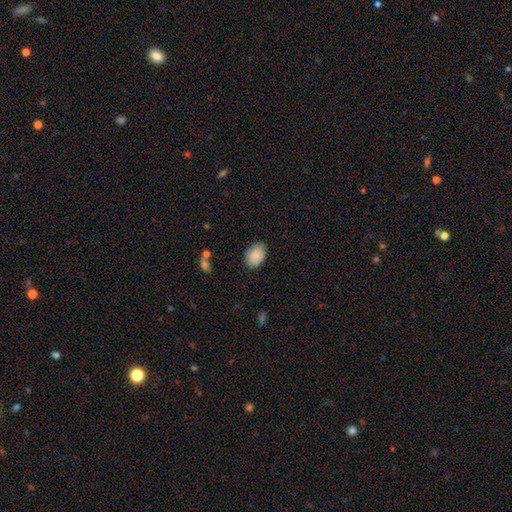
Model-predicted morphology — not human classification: Smooth or featured? smooth (87%)
How rounded? in between (80%)
Merging? none (76%)